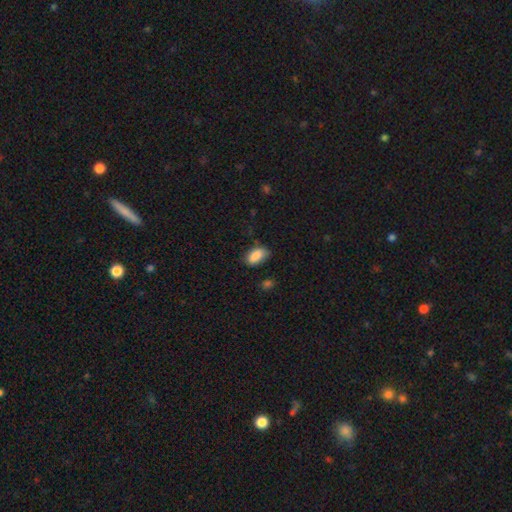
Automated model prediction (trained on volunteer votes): Smooth or featured?
  - smooth: 88% *
  - star or artifact: 7%
  - featured or disk: 5%
How rounded?
  - in between: 93% *
  - round: 5%
  - cigar-shaped: 3%
Merging?
  - none: 72% *
  - minor disturbance: 22%
  - major disturbance: 5%
  - merger: 2%